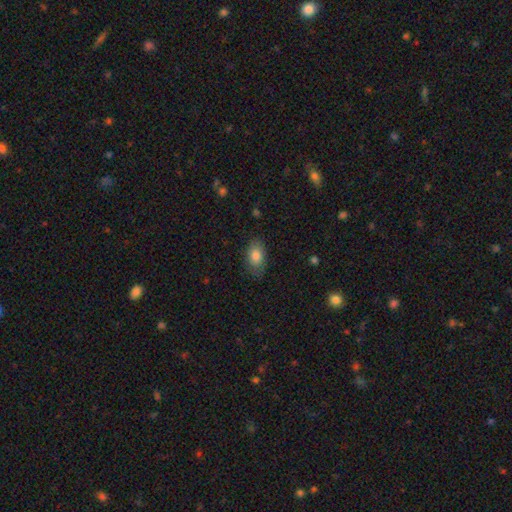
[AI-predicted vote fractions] Smooth or featured? Predicted: smooth (p=0.81). How rounded? Predicted: in between (p=0.89). Merging? Predicted: none (p=0.76).